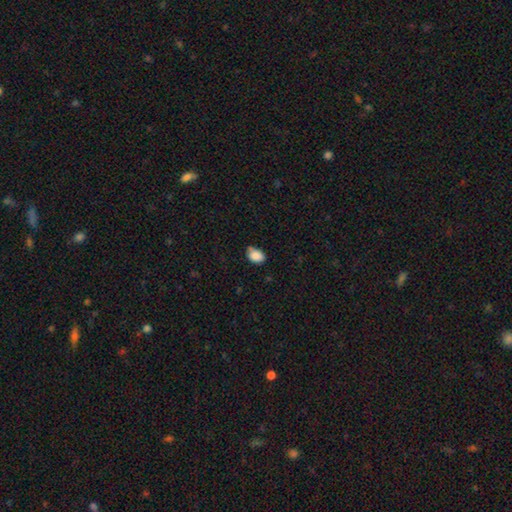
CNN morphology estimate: This appears to be a smooth galaxy with no disk features (87%) that is in between round and cigar-shaped (80%). Merging: none (64%).